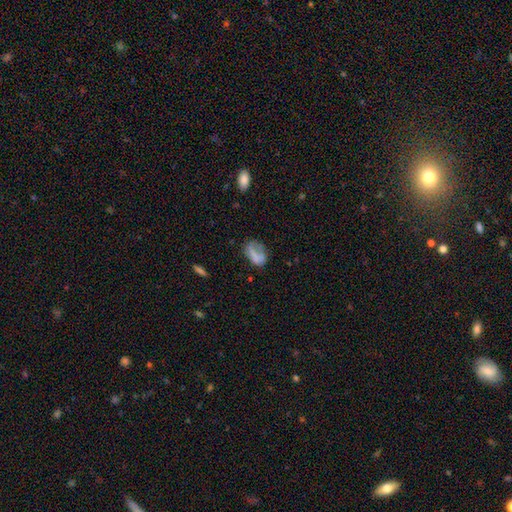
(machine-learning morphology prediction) Q: Smooth or featured?
A: smooth (65%); runner-up: featured or disk (24%)
Q: How rounded?
A: in between (84%); runner-up: round (13%)
Q: Merging?
A: none (40%); runner-up: minor disturbance (28%)